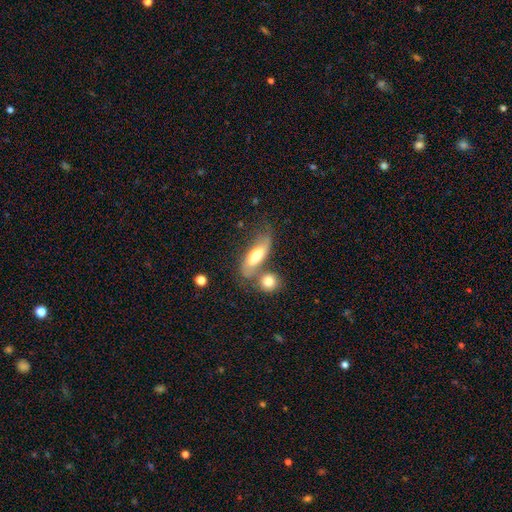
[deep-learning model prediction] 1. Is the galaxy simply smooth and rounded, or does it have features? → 56% smooth, 37% featured or disk, 7% star or artifact.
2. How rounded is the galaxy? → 66% in between, 29% cigar-shaped, 5% round.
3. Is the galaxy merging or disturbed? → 39% none, 36% merger, 17% minor disturbance, 8% major disturbance.